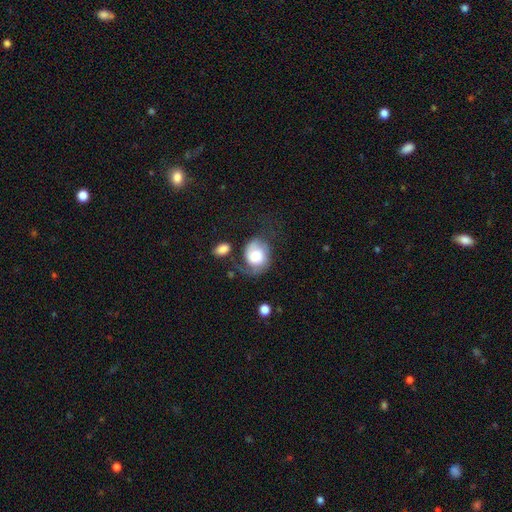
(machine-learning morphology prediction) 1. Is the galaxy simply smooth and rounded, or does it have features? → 47% smooth, 46% featured or disk, 8% star or artifact.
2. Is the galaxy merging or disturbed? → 33% none (tied), 33% major disturbance (tied), 27% minor disturbance, 7% merger.